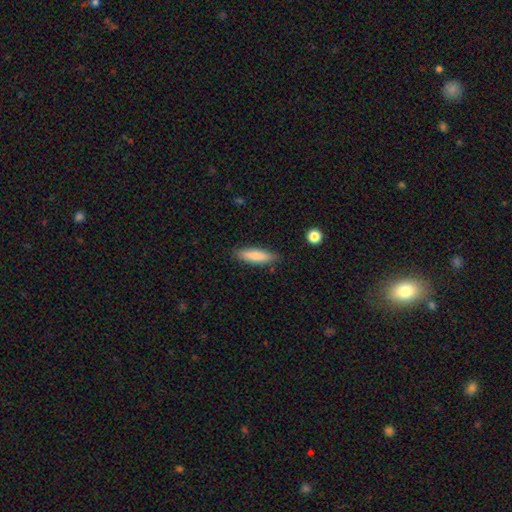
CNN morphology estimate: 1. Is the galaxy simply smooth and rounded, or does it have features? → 81% smooth, 14% featured or disk, 6% star or artifact.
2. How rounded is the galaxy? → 68% cigar-shaped, 30% in between, 2% round.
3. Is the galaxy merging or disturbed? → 87% none, 10% minor disturbance, 2% major disturbance, 1% merger.